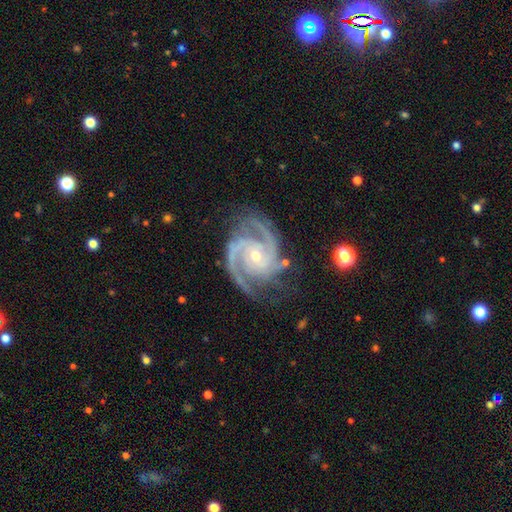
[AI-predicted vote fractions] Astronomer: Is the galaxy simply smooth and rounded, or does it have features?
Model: featured or disk — 93%.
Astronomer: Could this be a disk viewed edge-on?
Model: no — 98%.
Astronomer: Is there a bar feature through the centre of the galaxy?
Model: no — 63%.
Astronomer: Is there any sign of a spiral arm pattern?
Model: yes — 99%.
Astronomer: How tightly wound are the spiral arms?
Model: tight — 48% (runner-up: medium, 46%).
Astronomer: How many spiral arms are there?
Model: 2 — 42% (runner-up: 3, 40%).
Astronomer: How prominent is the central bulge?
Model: small — 60% (runner-up: moderate, 37%).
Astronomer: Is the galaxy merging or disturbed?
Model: none — 73%.